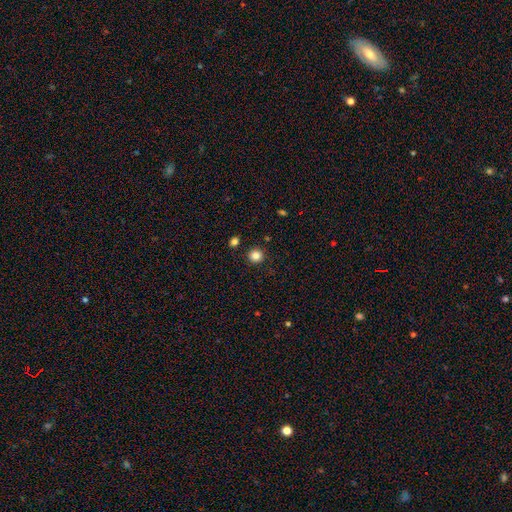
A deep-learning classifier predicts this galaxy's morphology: smooth 84%, star or artifact 12%, featured or disk 4%. Down the decision tree: how rounded — round (93%); merging — none (90%).